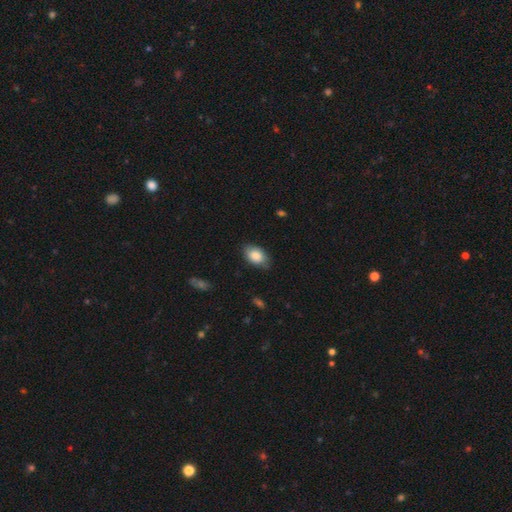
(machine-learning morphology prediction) This is clearly a smooth galaxy (86%). How rounded: clearly in between (88%). Merging: likely none (77%).